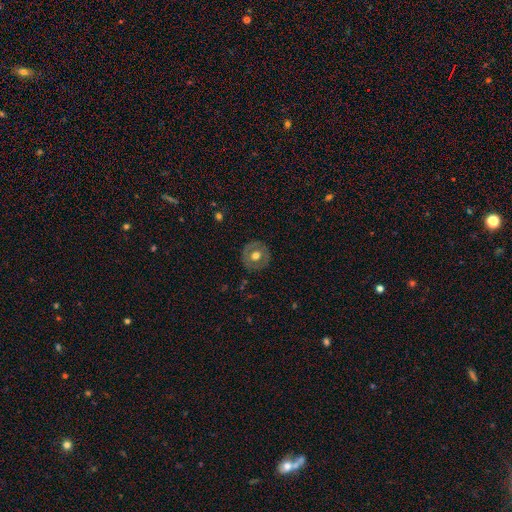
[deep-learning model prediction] Q: Smooth or featured?
A: smooth (50%); runner-up: featured or disk (43%)
Q: Merging?
A: none (85%); runner-up: minor disturbance (10%)